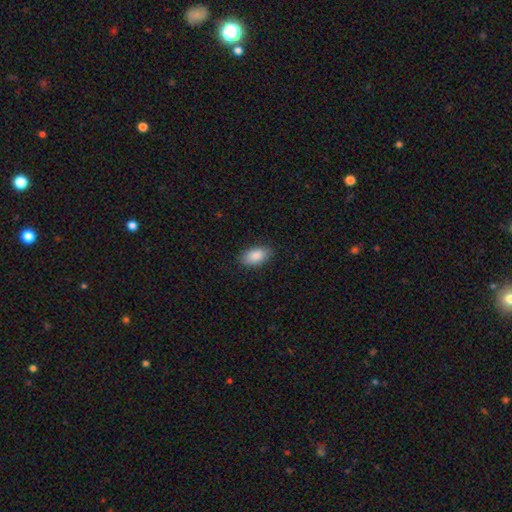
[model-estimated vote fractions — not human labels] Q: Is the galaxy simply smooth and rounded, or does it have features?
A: smooth — 88%.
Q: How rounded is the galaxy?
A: in between — 93%.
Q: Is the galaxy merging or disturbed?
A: none — 86%.